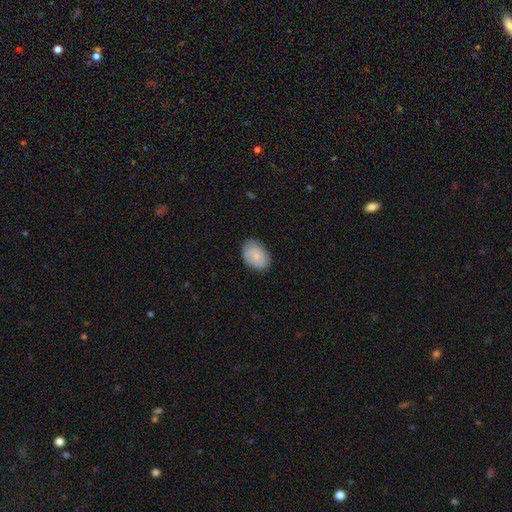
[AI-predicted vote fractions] Smooth or featured? Predicted: smooth (p=0.77). How rounded? Predicted: in between (p=0.81). Merging? Predicted: none (p=0.76).